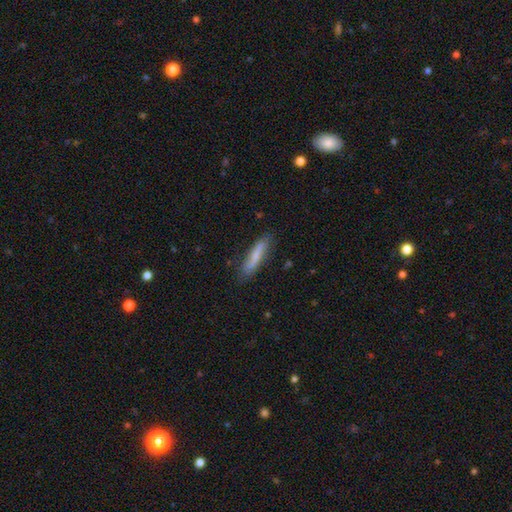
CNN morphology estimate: type=smooth (67%); roundness=cigar-shaped (84%); merging=none (78%).